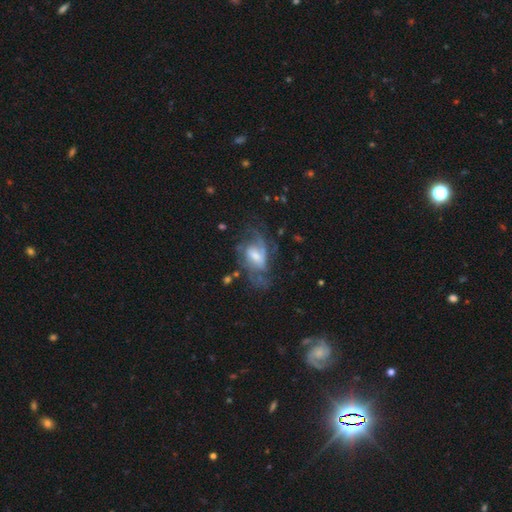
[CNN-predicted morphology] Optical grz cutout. It shows a featured or disk galaxy (83%) with a weak bar (51%), 2 (41%) medium (50%) spiral arms (93%) and a moderate central bulge (47%). Merging: none (60%).